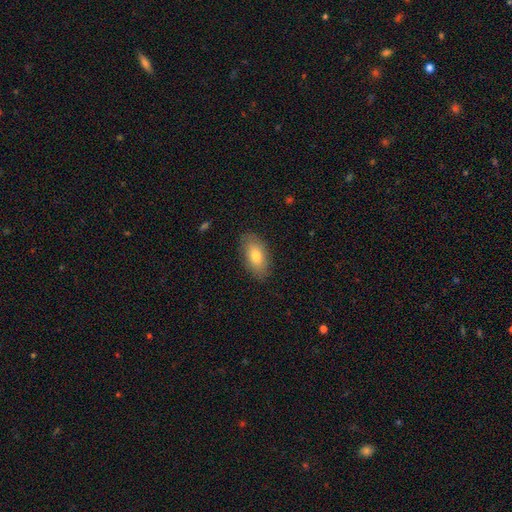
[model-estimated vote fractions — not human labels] This appears to be a smooth galaxy with no disk features (79%) that is in between round and cigar-shaped (91%). Merging: none (86%).